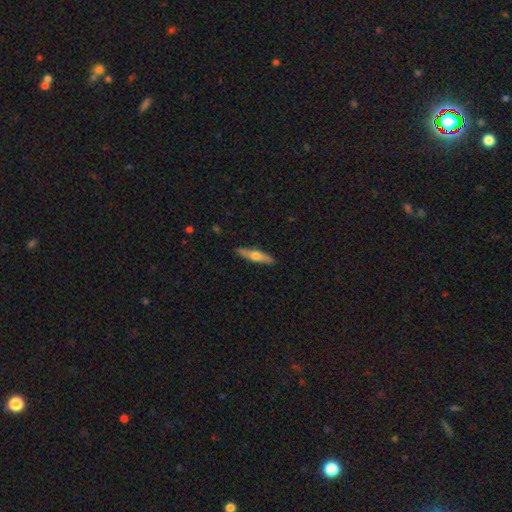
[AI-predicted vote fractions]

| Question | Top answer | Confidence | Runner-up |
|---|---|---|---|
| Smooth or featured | featured or disk | 50% | smooth (44%) |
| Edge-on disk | yes | 93% | no (7%) |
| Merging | none | 90% | minor disturbance (7%) |